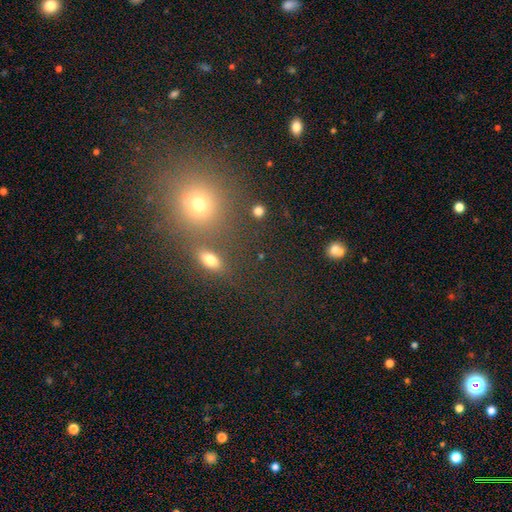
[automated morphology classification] Overall: smooth (52%; star or artifact 39%). How rounded: round (80%). Merging: none (70%).